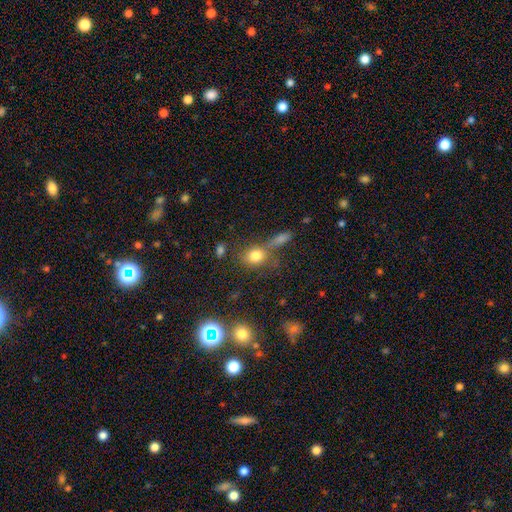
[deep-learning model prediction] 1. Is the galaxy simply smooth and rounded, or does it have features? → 77% smooth, 13% star or artifact, 9% featured or disk.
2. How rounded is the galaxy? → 54% round, 43% in between, 3% cigar-shaped.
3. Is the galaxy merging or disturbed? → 56% none, 23% merger, 14% minor disturbance, 7% major disturbance.